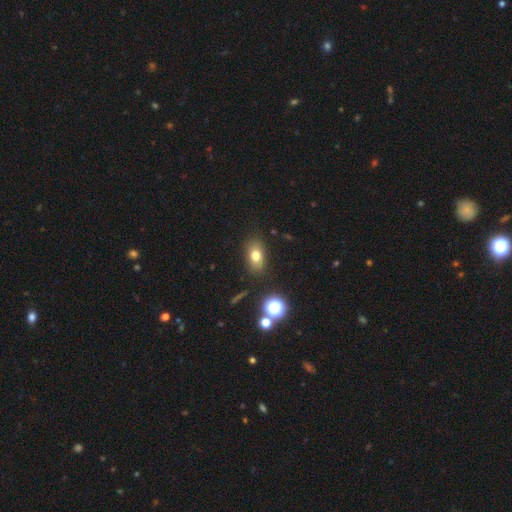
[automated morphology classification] Smooth or featured: smooth — 74% (star or artifact — 14%)
How rounded: in between — 79% (round — 18%)
Merging: none — 84% (minor disturbance — 10%)